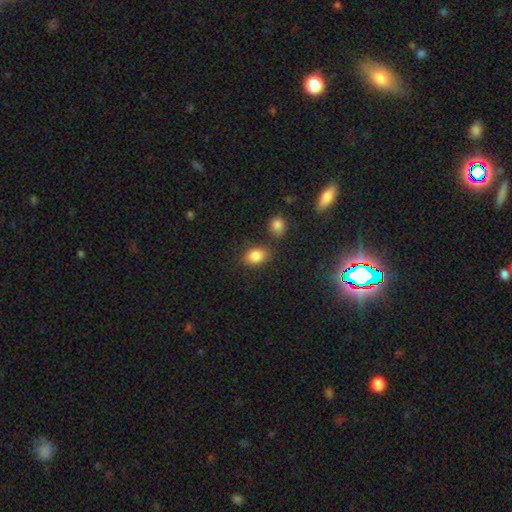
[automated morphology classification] This appears to be a smooth galaxy with no disk features (85%) that is in between round and cigar-shaped (75%). Merging: none (74%).